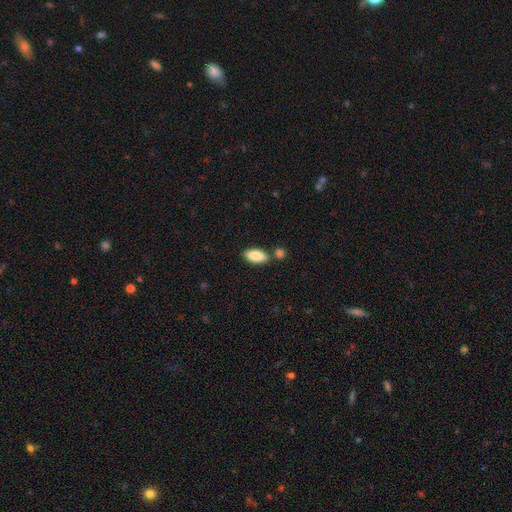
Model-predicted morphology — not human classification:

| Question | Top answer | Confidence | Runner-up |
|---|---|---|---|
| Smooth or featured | smooth | 88% | star or artifact (6%) |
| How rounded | in between | 89% | cigar-shaped (9%) |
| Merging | none | 72% | merger (14%) |